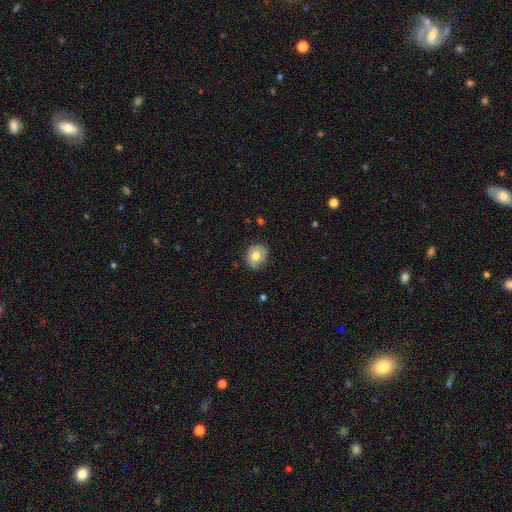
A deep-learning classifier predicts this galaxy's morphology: Smooth or featured: smooth — 66% (featured or disk — 25%)
How rounded: round — 64% (in between — 35%)
Merging: none — 76% (minor disturbance — 19%)